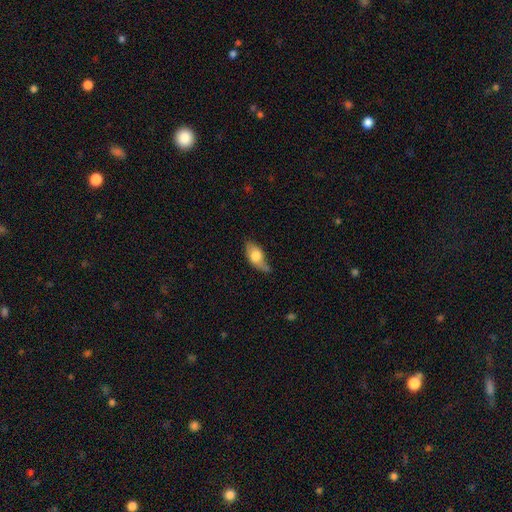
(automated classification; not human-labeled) Smooth or featured? Predicted: smooth (p=0.67). How rounded? Predicted: in between (p=0.86). Merging? Predicted: none (p=0.44).